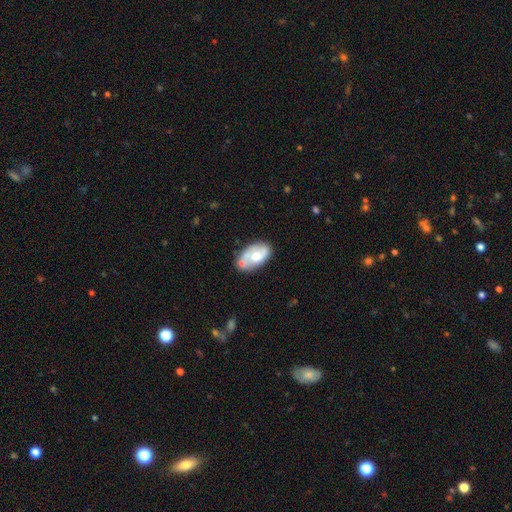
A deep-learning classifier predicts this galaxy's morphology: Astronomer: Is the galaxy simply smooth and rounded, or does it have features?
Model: smooth — 53% (runner-up: featured or disk, 40%).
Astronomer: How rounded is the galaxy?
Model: in between — 93%.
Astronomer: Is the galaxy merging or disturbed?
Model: none — 50%.